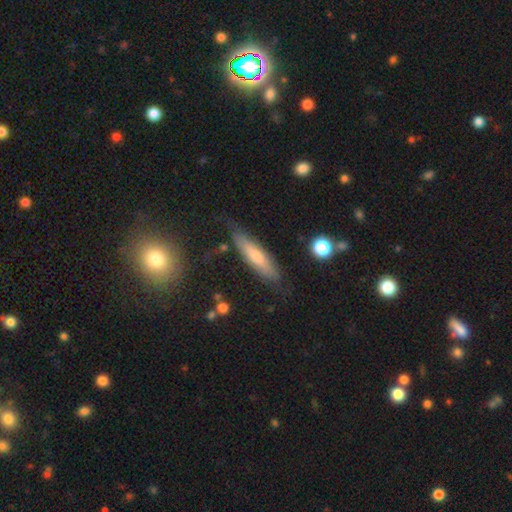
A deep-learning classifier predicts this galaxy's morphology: smooth_or_featured: smooth (p=0.55) [alt: featured or disk p=0.39]
how_rounded: cigar-shaped (p=0.77) [alt: in between p=0.21]
merging: none (p=0.76) [alt: minor disturbance p=0.18]